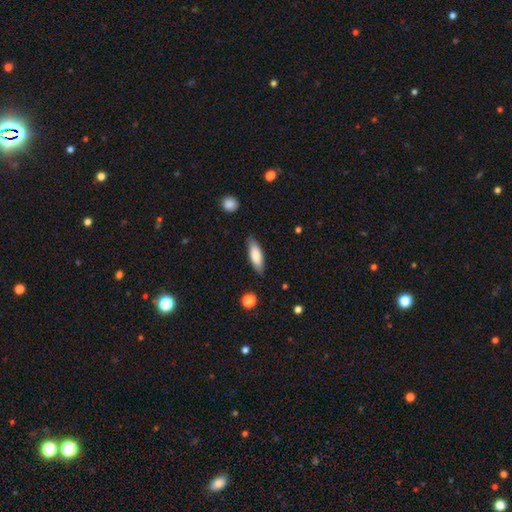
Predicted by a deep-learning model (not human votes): smooth_or_featured: smooth (p=0.81) [alt: featured or disk p=0.13]
how_rounded: in between (p=0.55) [alt: cigar-shaped p=0.43]
merging: none (p=0.85) [alt: minor disturbance p=0.11]